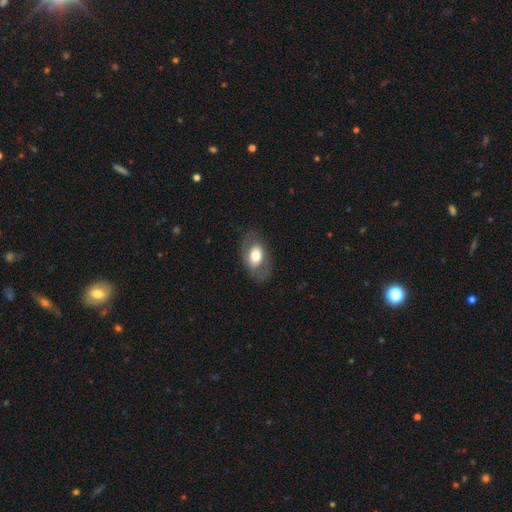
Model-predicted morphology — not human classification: A smooth galaxy with no disk features (58%) that is in between round and cigar-shaped (85%). Merging: none (75%).